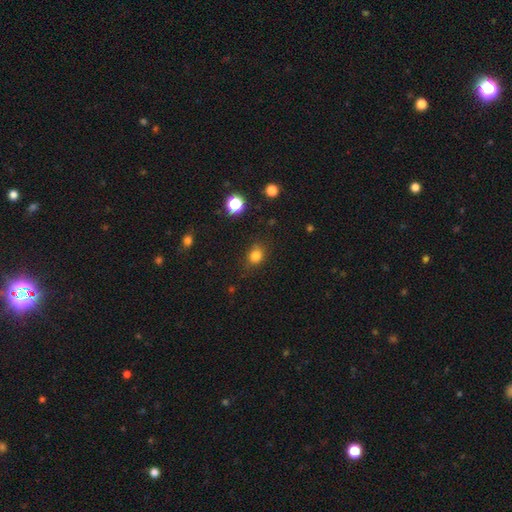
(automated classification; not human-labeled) Smooth or featured?
  - smooth: 81% *
  - star or artifact: 14%
  - featured or disk: 6%
How rounded?
  - round: 60% *
  - in between: 39%
  - cigar-shaped: 1%
Merging?
  - none: 80% *
  - minor disturbance: 14%
  - major disturbance: 4%
  - merger: 2%